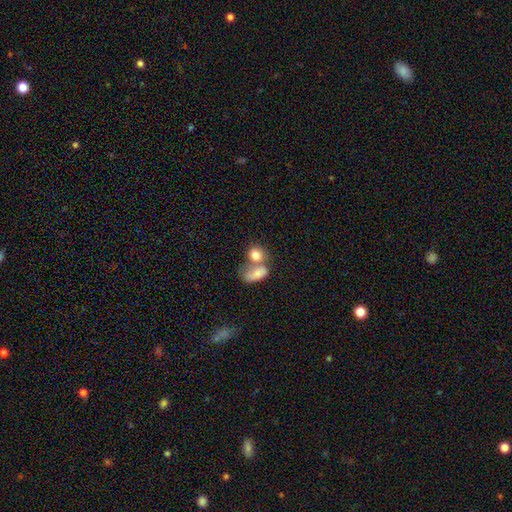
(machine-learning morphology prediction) Smooth or featured?
  - smooth: 80% *
  - featured or disk: 12%
  - star or artifact: 8%
How rounded?
  - in between: 49% * (tied)
  - round: 49% * (tied)
  - cigar-shaped: 2%
Merging?
  - merger: 60% *
  - none: 26%
  - minor disturbance: 8%
  - major disturbance: 6%